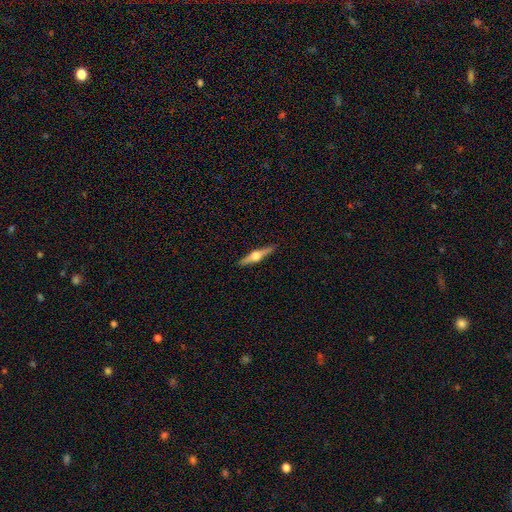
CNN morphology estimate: type=featured or disk (71%); edge-on=yes (98%); edge-on bulge=rounded (94%); merging=none (90%).